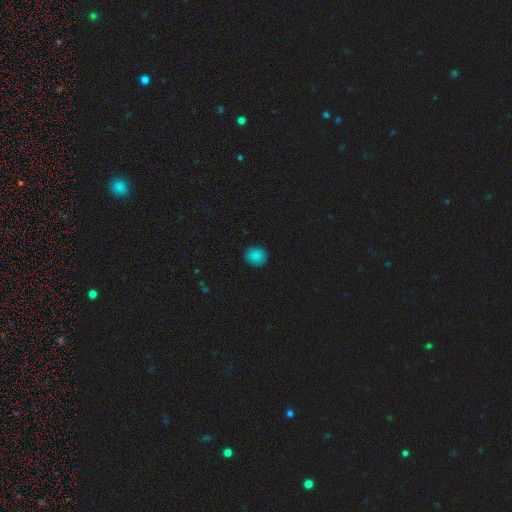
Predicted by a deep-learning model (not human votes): smooth_or_featured: smooth (p=0.85) [alt: star or artifact p=0.12]
how_rounded: round (p=0.82) [alt: in between p=0.17]
merging: none (p=0.89) [alt: minor disturbance p=0.08]